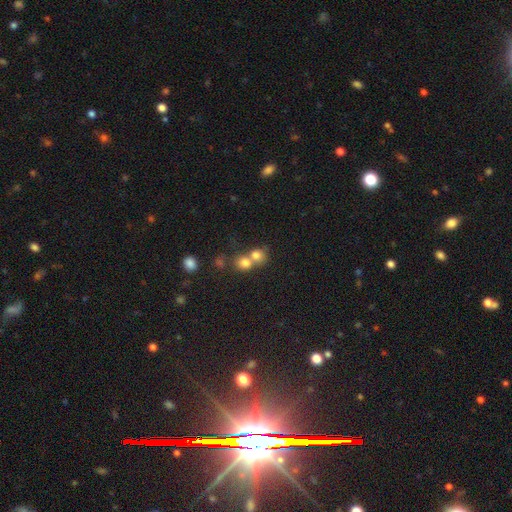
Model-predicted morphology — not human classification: This is likely a smooth galaxy (77%). How rounded: likely round (79%). Merging: possibly merger (59%).